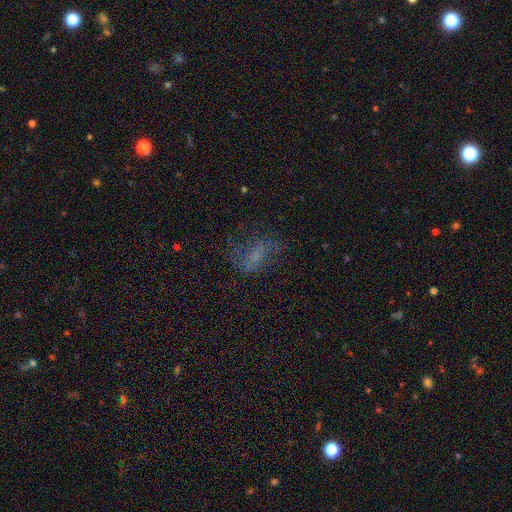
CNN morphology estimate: Smooth or featured: featured or disk — 45% (smooth — 37%)
Merging: none — 53% (major disturbance — 25%)